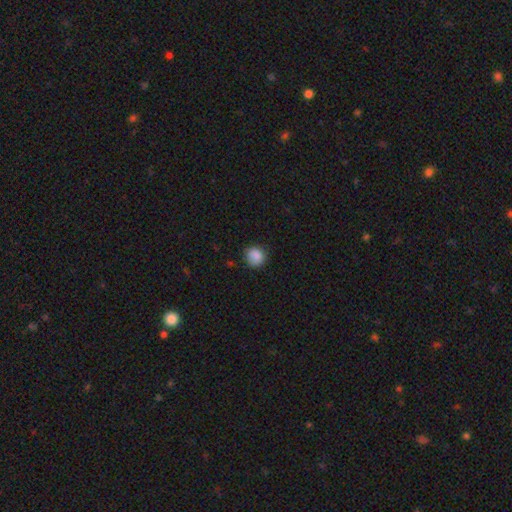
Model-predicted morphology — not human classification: A smooth galaxy with no disk features (87%) that is round (86%).

Vote fractions:
- Smooth or featured? smooth: 87% / star or artifact: 9% / featured or disk: 5%
- How rounded? round: 86% / in between: 13% / cigar-shaped: 1%
- Merging? none: 79% / minor disturbance: 16% / major disturbance: 3% / merger: 1%